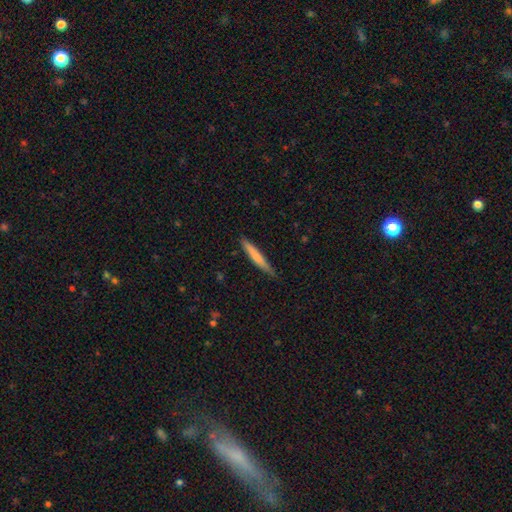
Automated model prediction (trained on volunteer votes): This appears to be a smooth galaxy with no disk features (70%) that is cigar-shaped (95%). Merging: none (84%).